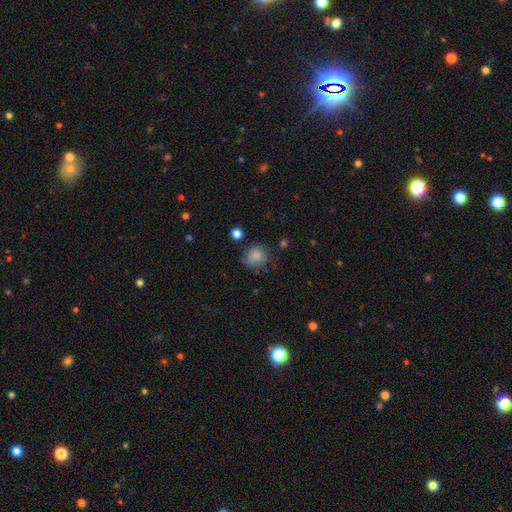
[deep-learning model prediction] smooth_or_featured: smooth (p=0.82) [alt: star or artifact p=0.10]
how_rounded: round (p=0.80) [alt: in between p=0.19]
merging: none (p=0.67) [alt: minor disturbance p=0.23]